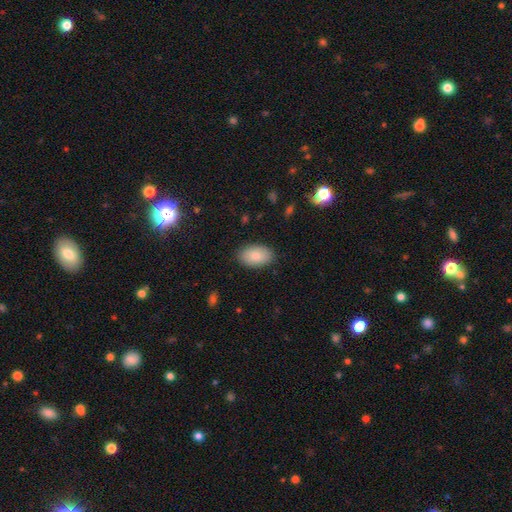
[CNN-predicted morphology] Smooth or featured? Predicted: smooth (p=0.84). How rounded? Predicted: in between (p=0.92). Merging? Predicted: none (p=0.87).